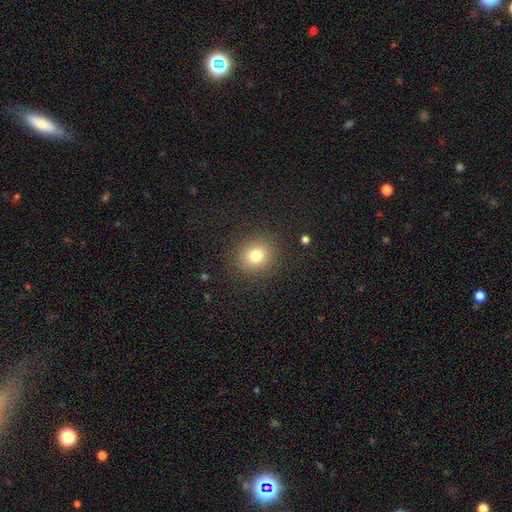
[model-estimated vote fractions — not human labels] smooth-or-featured: smooth: 78% | star or artifact: 13% | featured or disk: 8%
  how-rounded: round: 79% | in between: 20% | cigar-shaped: 1%
  merging: none: 89% | minor disturbance: 7% | major disturbance: 3% | merger: 1%